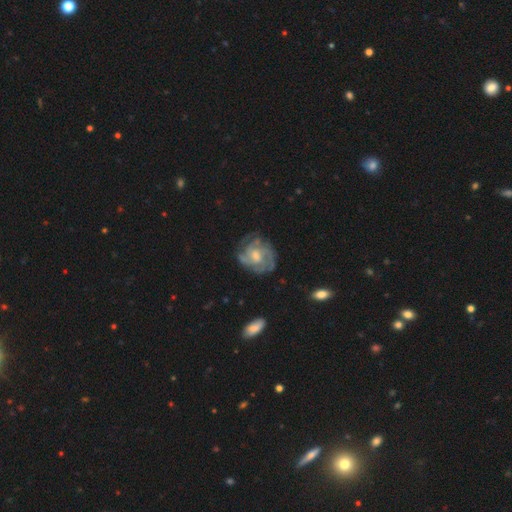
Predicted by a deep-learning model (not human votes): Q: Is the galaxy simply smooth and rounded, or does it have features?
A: featured or disk — 80%.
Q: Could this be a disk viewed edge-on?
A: no — 98%.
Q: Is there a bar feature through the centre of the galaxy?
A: no — 53%.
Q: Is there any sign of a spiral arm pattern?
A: yes — 92%.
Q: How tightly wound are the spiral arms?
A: tight — 55%.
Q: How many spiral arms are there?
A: can't tell — 34%.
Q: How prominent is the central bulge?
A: moderate — 56%.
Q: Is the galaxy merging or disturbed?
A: none — 69%.